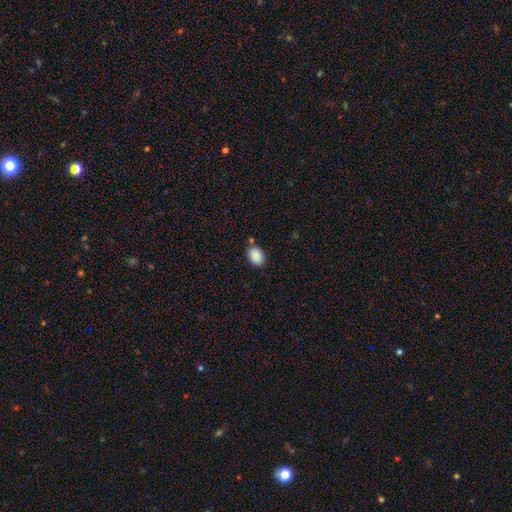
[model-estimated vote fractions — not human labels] smooth_or_featured: smooth (p=0.89) [alt: star or artifact p=0.08]
how_rounded: in between (p=0.75) [alt: round p=0.24]
merging: none (p=0.78) [alt: minor disturbance p=0.13]